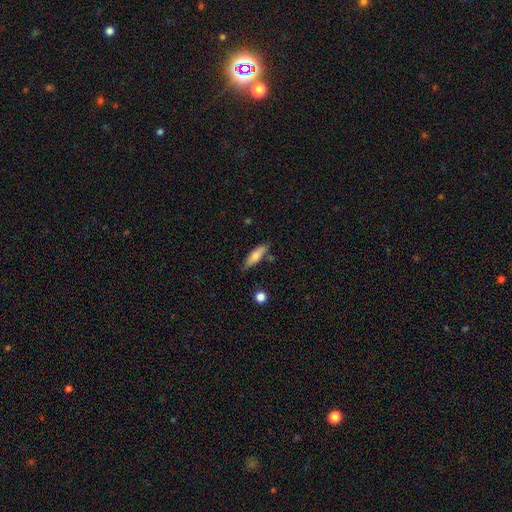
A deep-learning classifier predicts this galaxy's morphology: type=smooth (70%); roundness=cigar-shaped (61%); merging=none (75%).